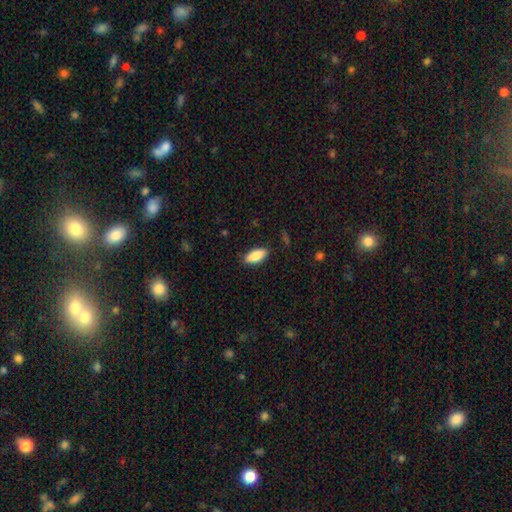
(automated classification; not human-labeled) smooth-or-featured: smooth: 85% | featured or disk: 9% | star or artifact: 6%
  how-rounded: in between: 81% | cigar-shaped: 17% | round: 2%
  merging: none: 86% | minor disturbance: 11% | major disturbance: 2% | merger: 1%